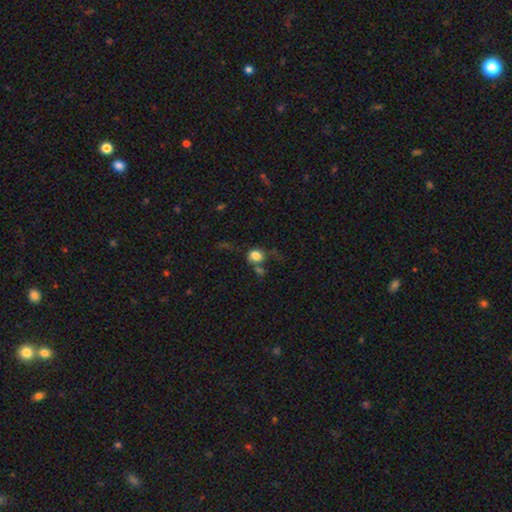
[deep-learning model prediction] smooth-or-featured: smooth: 76% | star or artifact: 13% | featured or disk: 11%
  how-rounded: round: 55% | in between: 44% | cigar-shaped: 1%
  merging: none: 38% | merger: 25% | minor disturbance: 19% | major disturbance: 18%